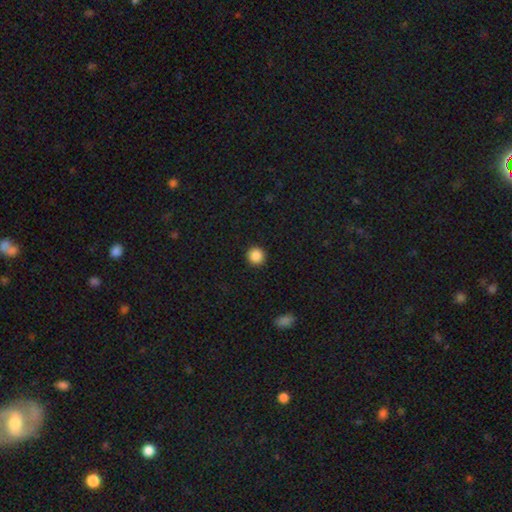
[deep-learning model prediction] smooth 87%, star or artifact 10%, featured or disk 3%. Down the decision tree: how rounded — round (93%); merging — none (93%).